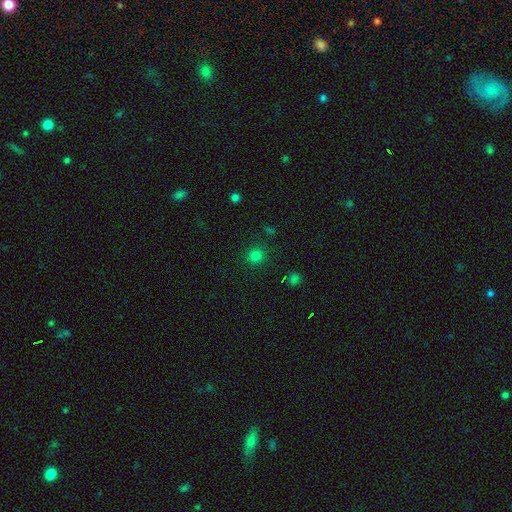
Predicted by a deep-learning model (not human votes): smooth-or-featured: smooth: 79% | star or artifact: 17% | featured or disk: 4%
  how-rounded: round: 92% | in between: 7% | cigar-shaped: 1%
  merging: none: 89% | minor disturbance: 7% | major disturbance: 3% | merger: 2%